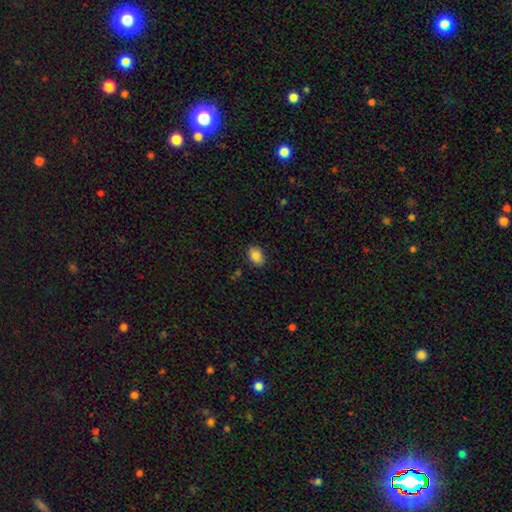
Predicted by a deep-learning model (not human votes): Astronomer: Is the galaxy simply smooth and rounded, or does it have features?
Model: smooth — 86%.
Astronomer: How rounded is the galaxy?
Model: in between — 78%.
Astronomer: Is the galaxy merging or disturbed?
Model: none — 87%.